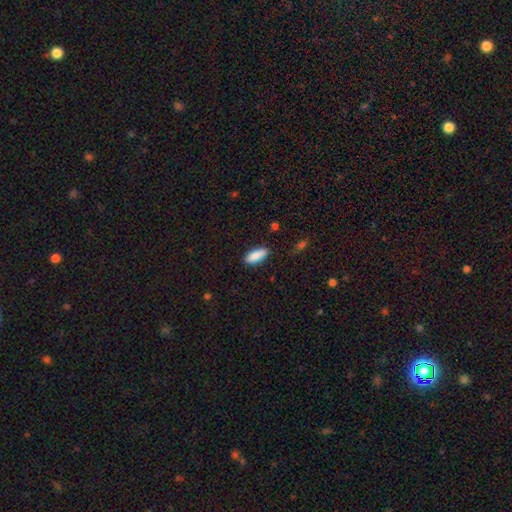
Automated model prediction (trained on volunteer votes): The model was most divided on "how rounded": in between: 75%, cigar-shaped: 23%, round: 2%. More confident: smooth or featured — smooth (87%); merging — none (84%).